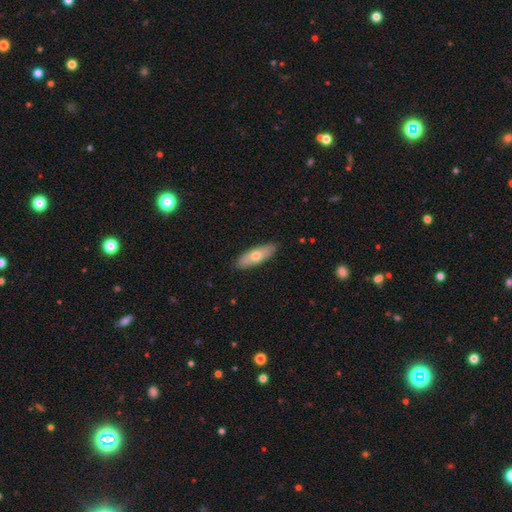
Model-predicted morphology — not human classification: Smooth or featured? Predicted: smooth (p=0.65). How rounded? Predicted: in between (p=0.67). Merging? Predicted: none (p=0.87).